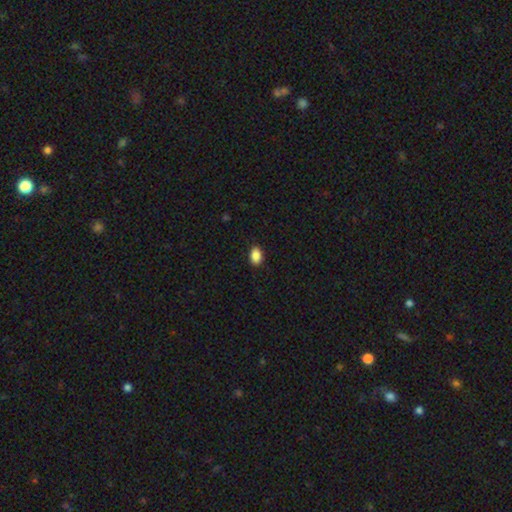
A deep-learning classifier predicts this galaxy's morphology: type=smooth (89%); roundness=in between (84%); merging=none (89%).